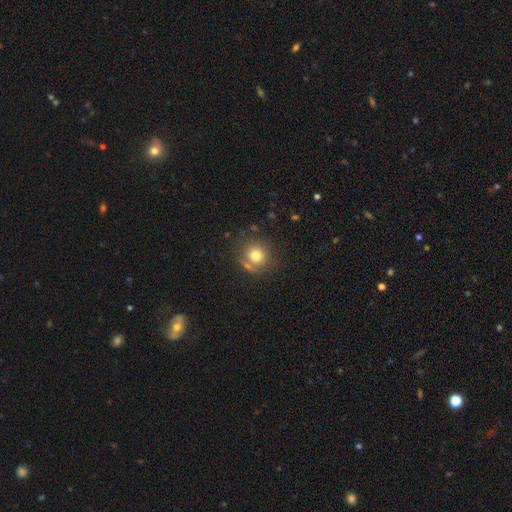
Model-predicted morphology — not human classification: Overall: smooth (76%). How rounded: round (90%). Merging: none (70%).